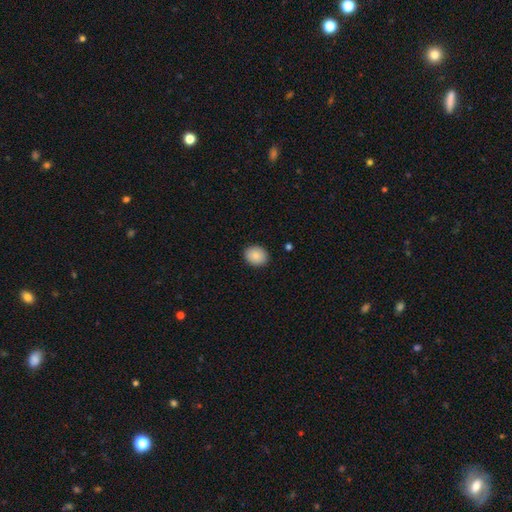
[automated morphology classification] The model was most divided on "how rounded": round: 60%, in between: 39%, cigar-shaped: 1%. More confident: merging — none (90%); smooth or featured — smooth (88%).